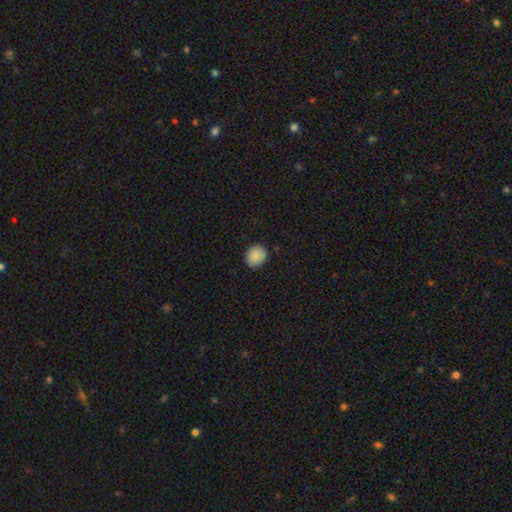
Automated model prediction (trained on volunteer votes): A smooth galaxy with no disk features (88%) that is round (75%).

Vote fractions:
- Smooth or featured? smooth: 88% / star or artifact: 8% / featured or disk: 4%
- How rounded? round: 75% / in between: 24% / cigar-shaped: 1%
- Merging? none: 88% / minor disturbance: 9% / major disturbance: 2% / merger: 1%